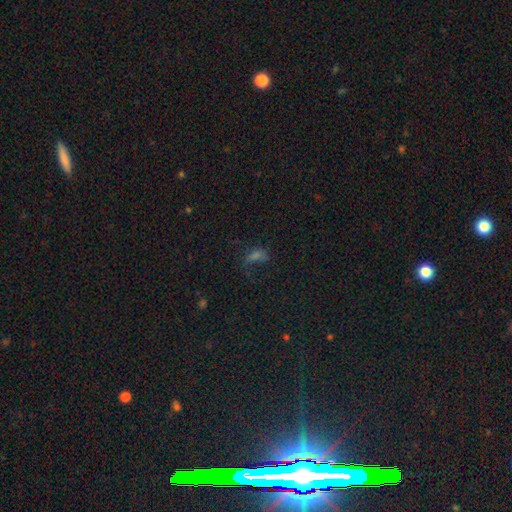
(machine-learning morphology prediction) smooth 45%, star or artifact 33%, featured or disk 21%. Down the decision tree: merging — major disturbance (37%, tied with none).